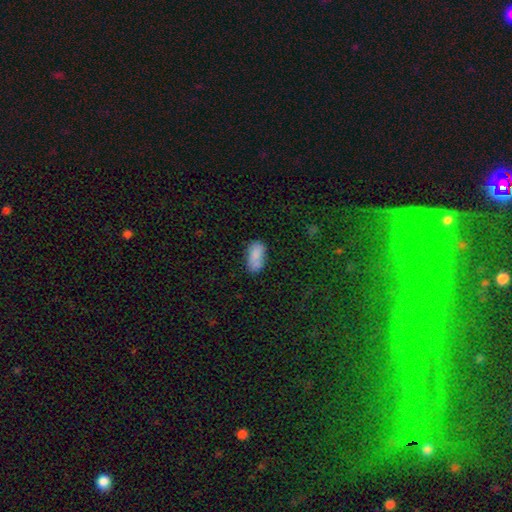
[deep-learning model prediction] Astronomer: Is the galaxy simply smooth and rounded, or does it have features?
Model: smooth — 82%.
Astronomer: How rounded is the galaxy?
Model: in between — 92%.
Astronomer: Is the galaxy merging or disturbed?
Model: none — 61%.